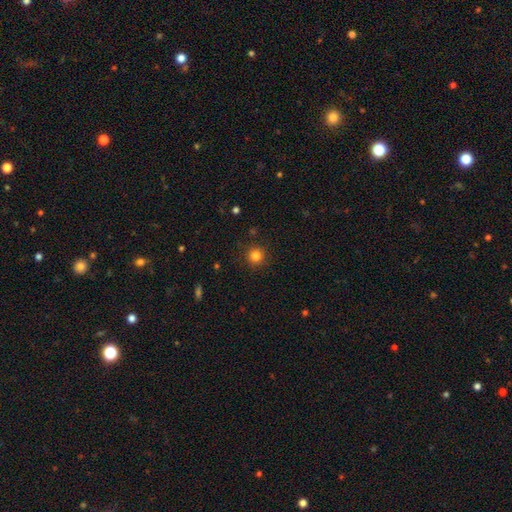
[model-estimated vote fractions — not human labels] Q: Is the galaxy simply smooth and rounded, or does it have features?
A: smooth — 82%.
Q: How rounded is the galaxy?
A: round — 95%.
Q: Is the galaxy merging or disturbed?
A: none — 90%.